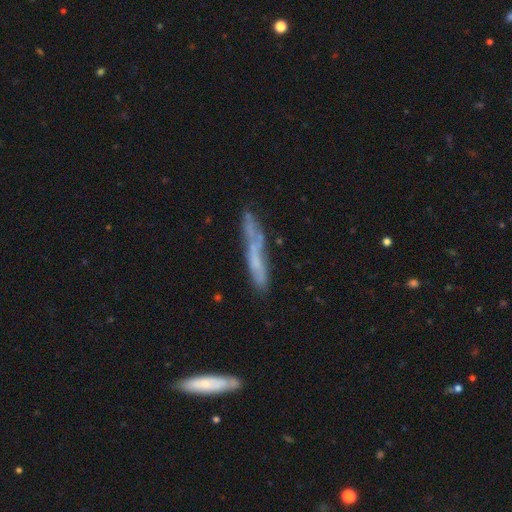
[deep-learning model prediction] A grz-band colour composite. It shows a featured or disk galaxy (46%). Merging: none (63%).